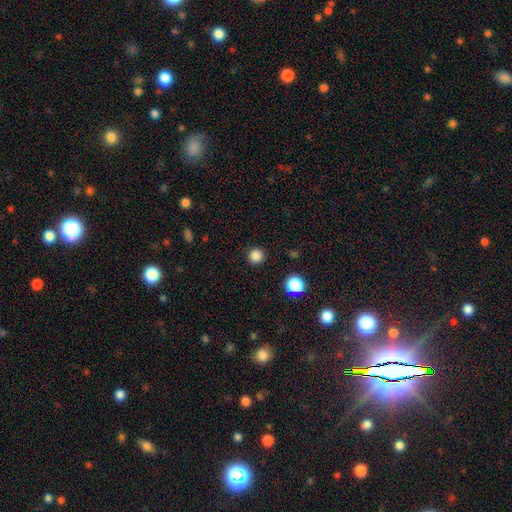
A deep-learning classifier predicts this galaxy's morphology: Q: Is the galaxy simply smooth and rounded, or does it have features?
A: smooth — 85%.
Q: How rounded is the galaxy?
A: round — 96%.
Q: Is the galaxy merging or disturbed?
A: none — 92%.